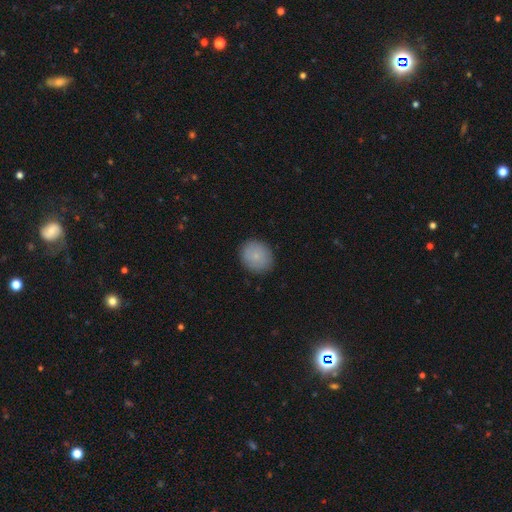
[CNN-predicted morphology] Overall: smooth (82%). How rounded: round (79%). Merging: none (88%).